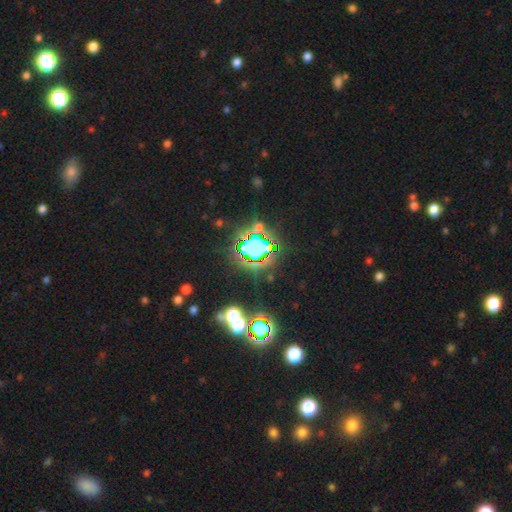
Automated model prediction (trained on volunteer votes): Smooth or featured?
  - star or artifact: 81% *
  - smooth: 12%
  - featured or disk: 7%